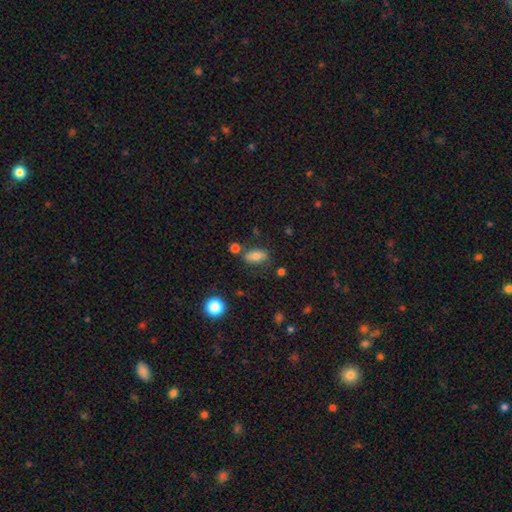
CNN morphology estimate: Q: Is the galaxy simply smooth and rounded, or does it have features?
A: smooth — 74%.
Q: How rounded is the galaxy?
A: in between — 84%.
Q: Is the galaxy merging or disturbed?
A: none — 72%.